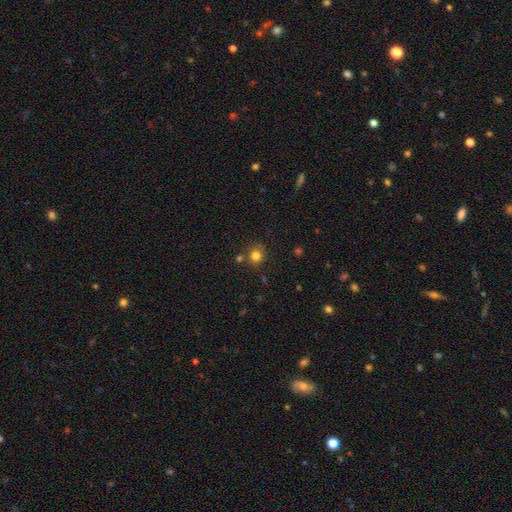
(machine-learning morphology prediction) smooth_or_featured: smooth (p=0.80) [alt: star or artifact p=0.14]
how_rounded: round (p=0.88) [alt: in between p=0.11]
merging: none (p=0.75) [alt: minor disturbance p=0.11]